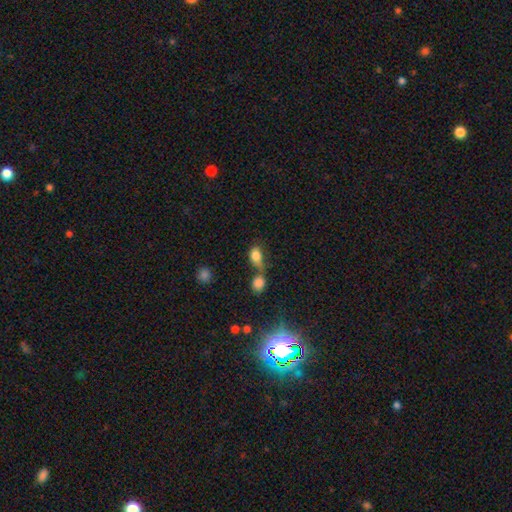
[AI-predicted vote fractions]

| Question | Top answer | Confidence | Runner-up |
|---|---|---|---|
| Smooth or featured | smooth | 81% | star or artifact (11%) |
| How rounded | in between | 79% | round (18%) |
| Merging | merger | 46% | none (32%) |